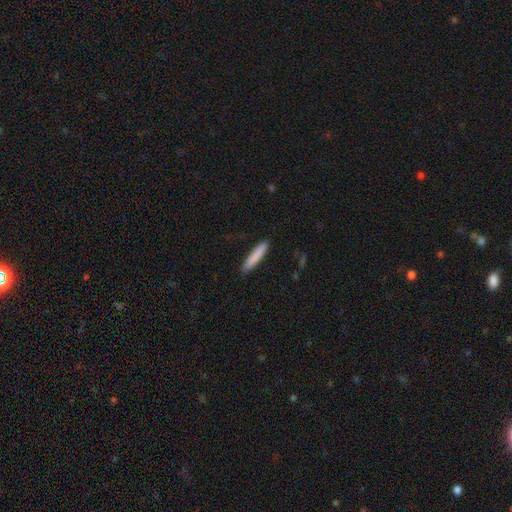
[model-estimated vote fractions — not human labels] Smooth or featured: smooth — 84% (featured or disk — 10%)
How rounded: cigar-shaped — 91% (in between — 8%)
Merging: none — 89% (minor disturbance — 8%)